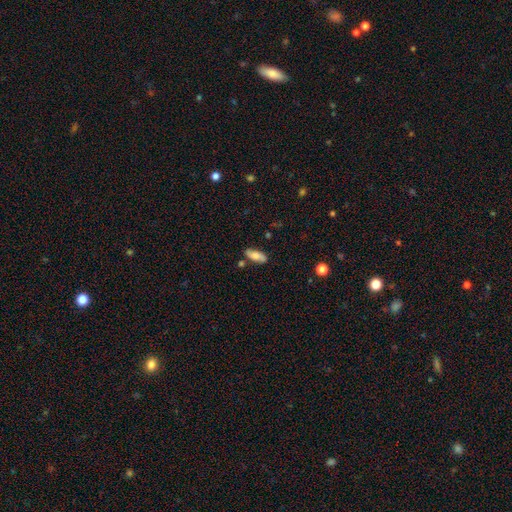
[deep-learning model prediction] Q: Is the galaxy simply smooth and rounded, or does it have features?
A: smooth — 73%.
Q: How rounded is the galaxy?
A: in between — 80%.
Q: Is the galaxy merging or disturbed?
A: none — 77%.